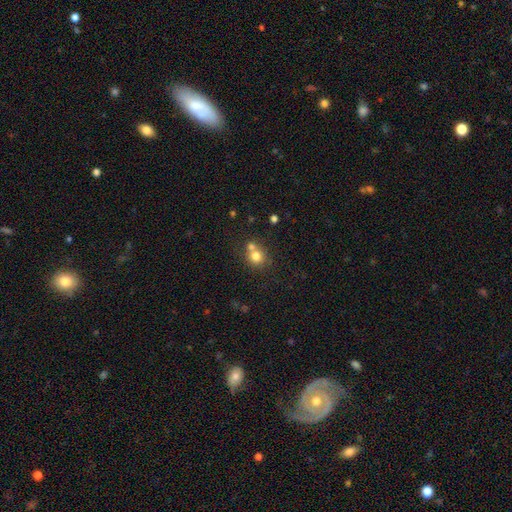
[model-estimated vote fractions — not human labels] This is likely a smooth galaxy (76%). How rounded: clearly round (83%). Merging: possibly none (48%).